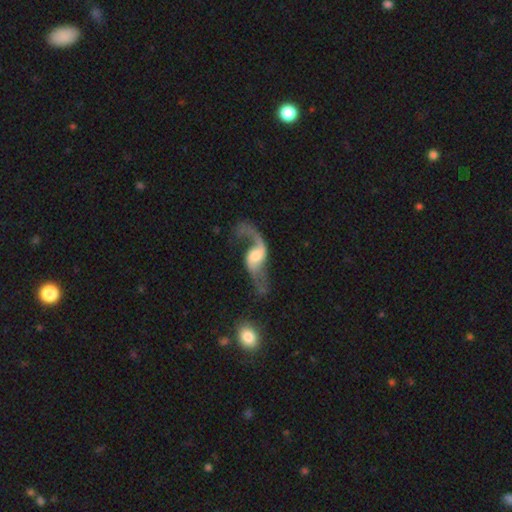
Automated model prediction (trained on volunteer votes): Q: Smooth or featured?
A: featured or disk (85%); runner-up: smooth (10%)
Q: Edge-on disk?
A: no (95%); runner-up: yes (5%)
Q: Bar?
A: no (46%); runner-up: weak (39%)
Q: Spiral arms?
A: yes (94%); runner-up: no (6%)
Q: Spiral winding?
A: loose (88%); runner-up: medium (10%)
Q: Spiral arm count?
A: 2 (79%); runner-up: 1 (17%)
Q: Bulge size?
A: moderate (41%); runner-up: small (29%)
Q: Merging?
A: none (45%); runner-up: major disturbance (31%)